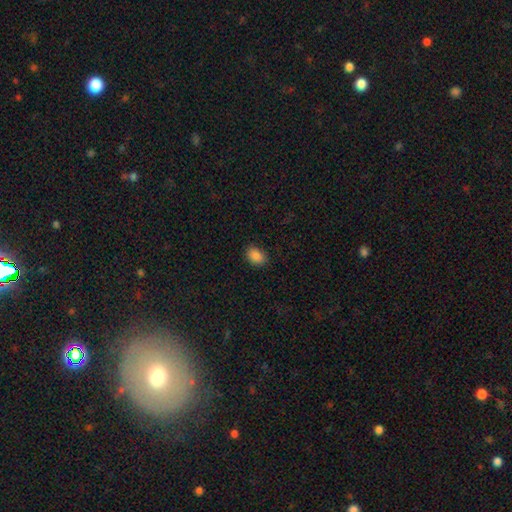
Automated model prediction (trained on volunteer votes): Smooth or featured: smooth — 86% (star or artifact — 9%)
How rounded: in between — 78% (round — 21%)
Merging: none — 86% (minor disturbance — 10%)